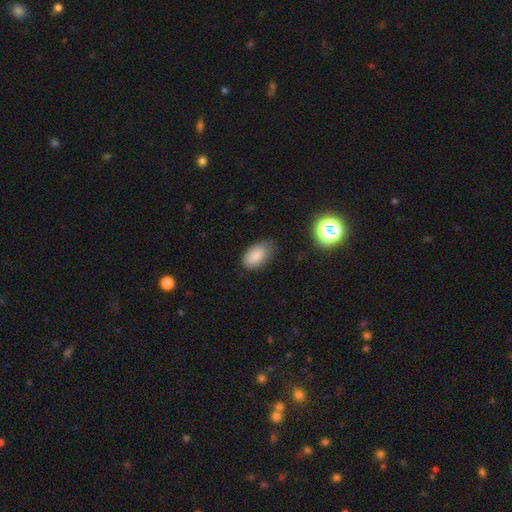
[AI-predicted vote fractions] This appears to be a smooth galaxy with no disk features (85%) that is in between round and cigar-shaped (93%). Merging: none (70%).